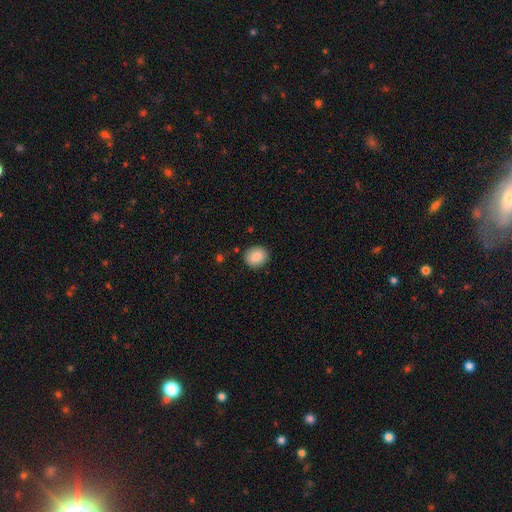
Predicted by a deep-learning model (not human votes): Smooth or featured?
  - smooth: 87% *
  - star or artifact: 8%
  - featured or disk: 5%
How rounded?
  - round: 73% *
  - in between: 26%
  - cigar-shaped: 1%
Merging?
  - none: 88% *
  - minor disturbance: 8%
  - major disturbance: 2%
  - merger: 1%